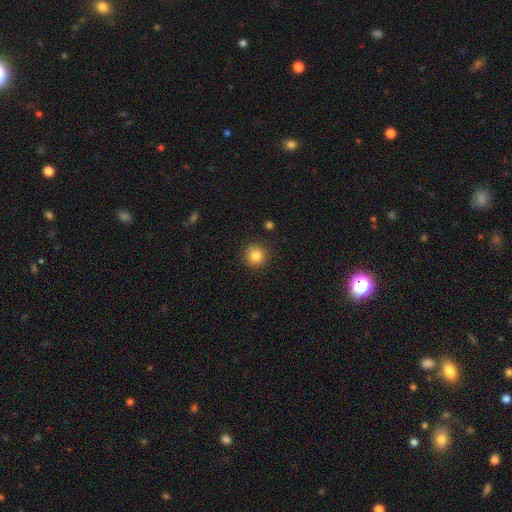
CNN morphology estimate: smooth-or-featured: smooth: 84% | star or artifact: 11% | featured or disk: 5%
  how-rounded: round: 94% | in between: 5% | cigar-shaped: 1%
  merging: none: 89% | minor disturbance: 7% | major disturbance: 2% | merger: 1%